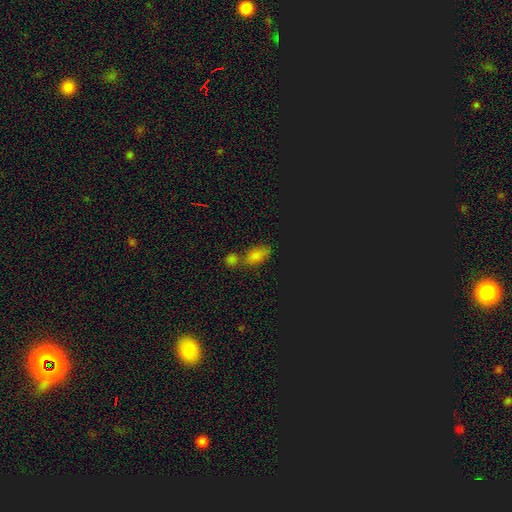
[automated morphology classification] smooth-or-featured: smooth: 57% | star or artifact: 34% | featured or disk: 8%
  how-rounded: in between: 81% | round: 13% | cigar-shaped: 6%
  merging: none: 50% | merger: 31% | minor disturbance: 13% | major disturbance: 6%